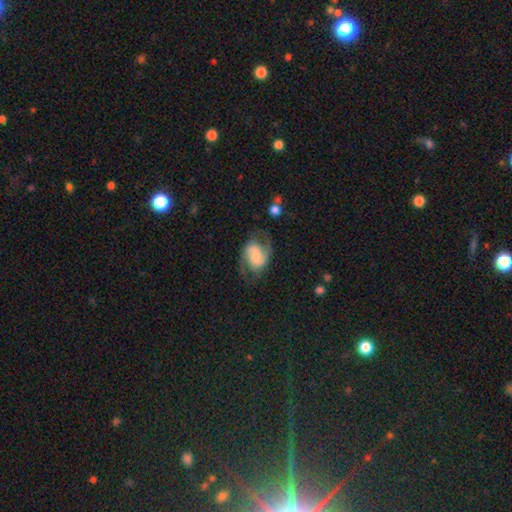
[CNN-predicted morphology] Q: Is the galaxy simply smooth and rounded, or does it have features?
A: featured or disk — 72%.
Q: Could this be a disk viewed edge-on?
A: no — 98%.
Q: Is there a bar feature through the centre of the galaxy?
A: weak — 44%.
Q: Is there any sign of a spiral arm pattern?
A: yes — 93%.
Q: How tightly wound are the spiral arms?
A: medium — 50%.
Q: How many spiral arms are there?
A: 2 — 87%.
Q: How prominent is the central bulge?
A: small — 35%.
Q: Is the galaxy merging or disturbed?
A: none — 62%.